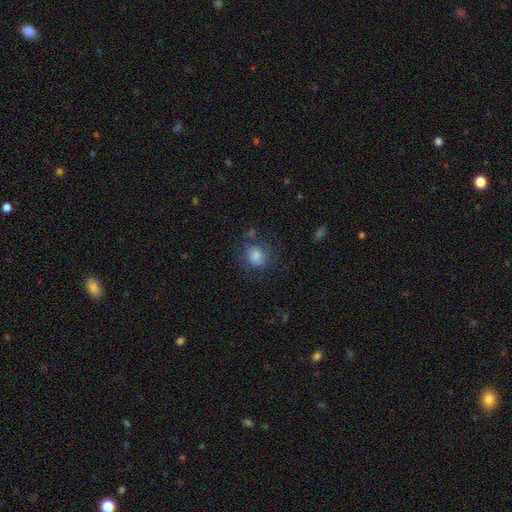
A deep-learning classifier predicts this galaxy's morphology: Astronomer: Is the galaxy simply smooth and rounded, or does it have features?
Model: smooth — 77%.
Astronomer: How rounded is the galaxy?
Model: round — 73%.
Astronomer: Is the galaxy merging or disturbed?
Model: none — 71%.